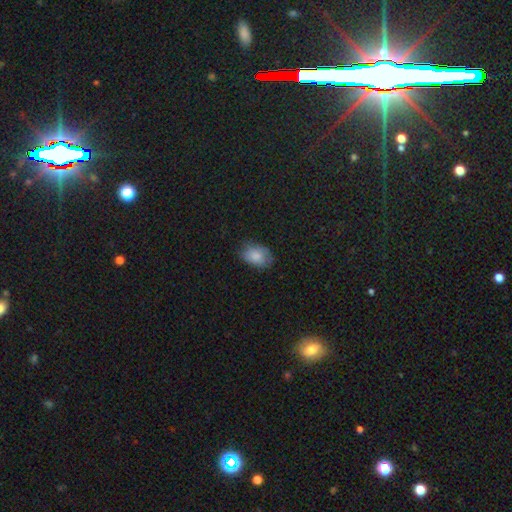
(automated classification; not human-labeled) This is clearly a smooth galaxy (81%). How rounded: clearly in between (84%). Merging: likely none (69%).